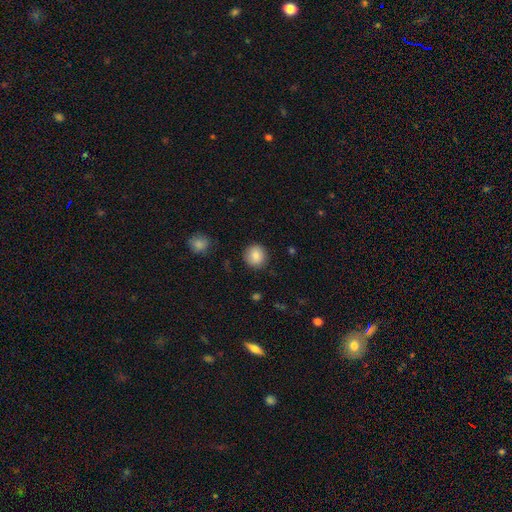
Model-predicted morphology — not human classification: type=smooth (84%); roundness=round (92%); merging=none (89%).